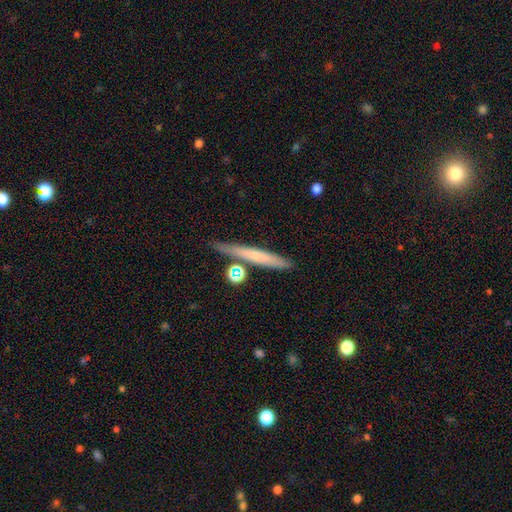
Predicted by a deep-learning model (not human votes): Smooth or featured? smooth (57%)
How rounded? cigar-shaped (94%)
Merging? none (77%)